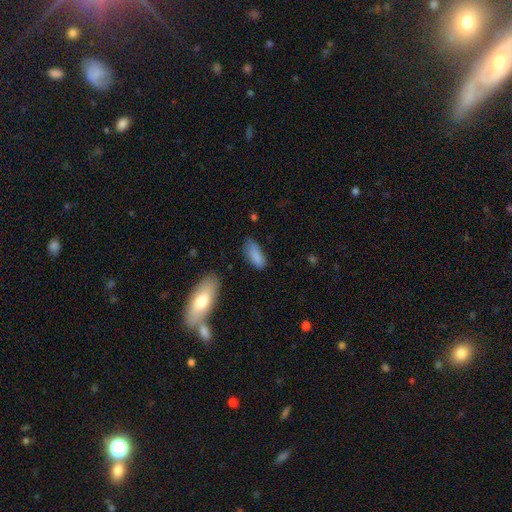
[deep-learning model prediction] Q: Smooth or featured?
A: smooth (85%); runner-up: star or artifact (8%)
Q: How rounded?
A: in between (76%); runner-up: cigar-shaped (22%)
Q: Merging?
A: none (63%); runner-up: minor disturbance (27%)